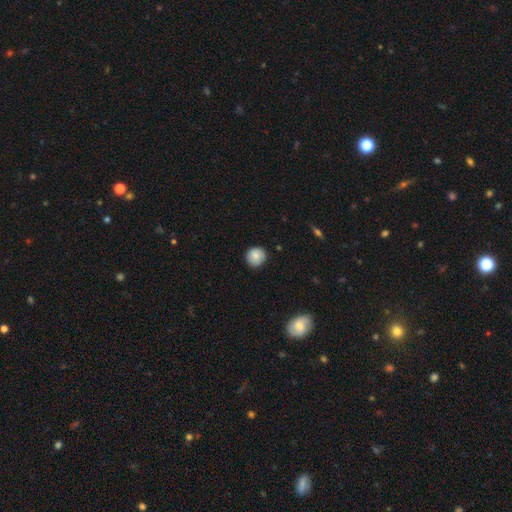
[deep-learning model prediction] Smooth or featured: smooth — 83% (featured or disk — 9%)
How rounded: round — 89% (in between — 10%)
Merging: none — 84% (minor disturbance — 13%)